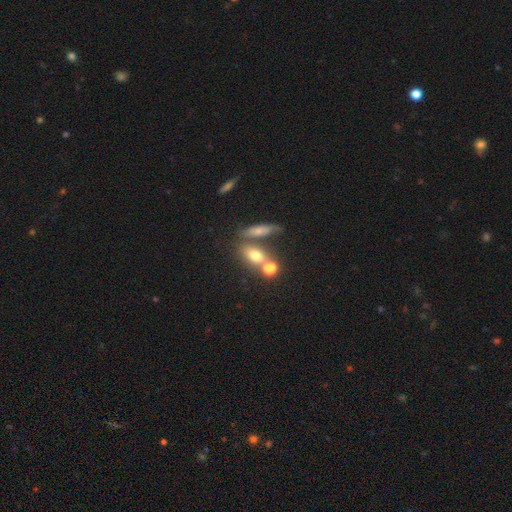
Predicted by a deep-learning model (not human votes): Q: Smooth or featured?
A: smooth (66%); runner-up: featured or disk (19%)
Q: How rounded?
A: in between (55%); runner-up: round (31%)
Q: Merging?
A: none (45%); runner-up: merger (37%)